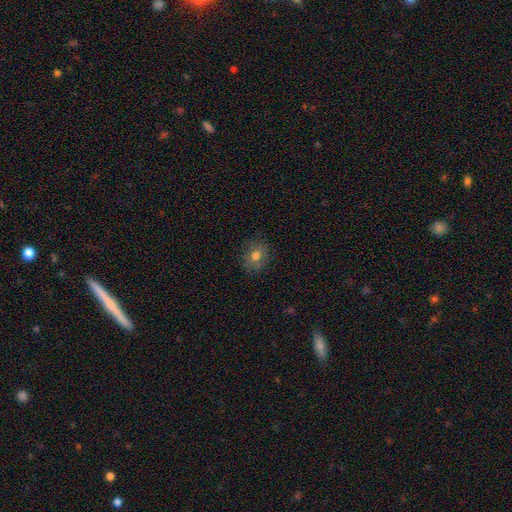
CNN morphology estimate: A smooth galaxy with no disk features (75%) that is round (57%). Merging: none (83%).